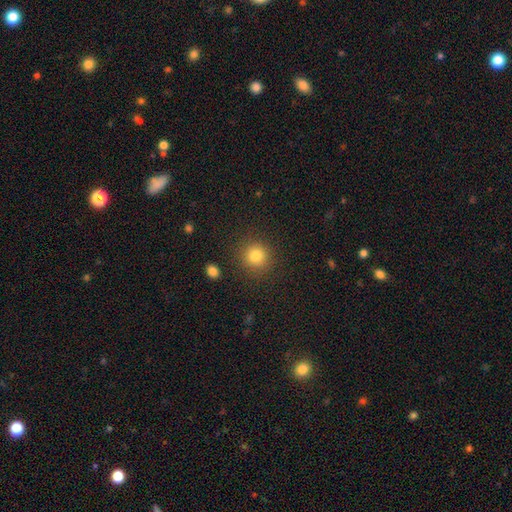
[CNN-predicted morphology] smooth 83%, star or artifact 11%, featured or disk 6%. Down the decision tree: how rounded — round (92%); merging — none (89%).